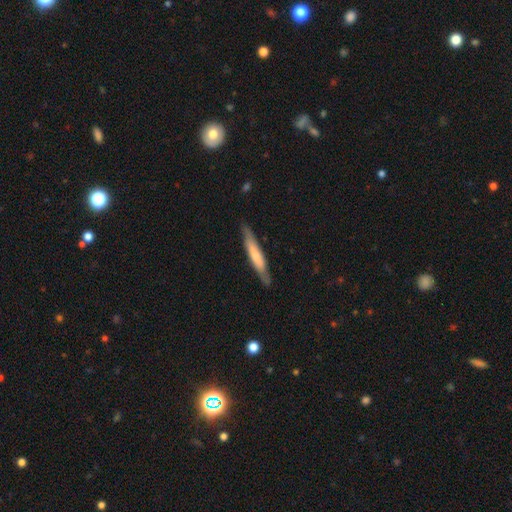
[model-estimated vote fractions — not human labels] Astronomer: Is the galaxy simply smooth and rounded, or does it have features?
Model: smooth — 55% (runner-up: featured or disk, 40%).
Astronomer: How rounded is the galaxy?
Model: cigar-shaped — 91%.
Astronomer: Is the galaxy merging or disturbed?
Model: none — 82%.